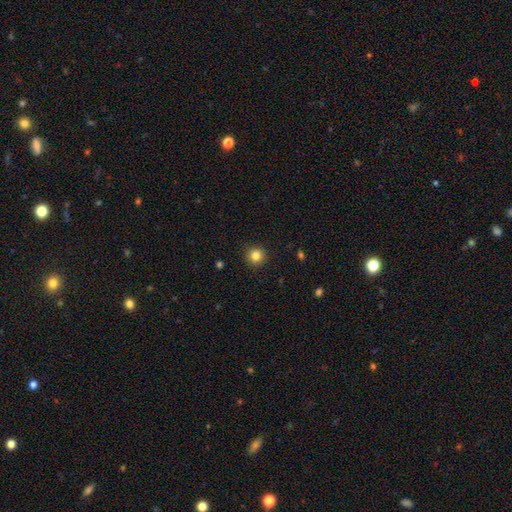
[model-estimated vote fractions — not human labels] Overall: smooth (83%). How rounded: round (95%). Merging: none (92%).